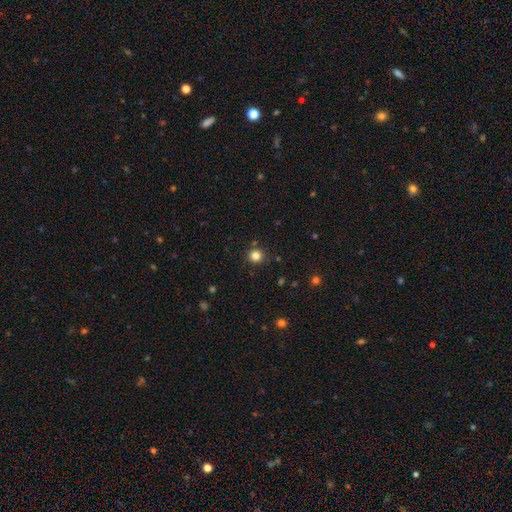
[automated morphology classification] Smooth or featured? Predicted: smooth (p=0.82). How rounded? Predicted: round (p=0.94). Merging? Predicted: none (p=0.88).